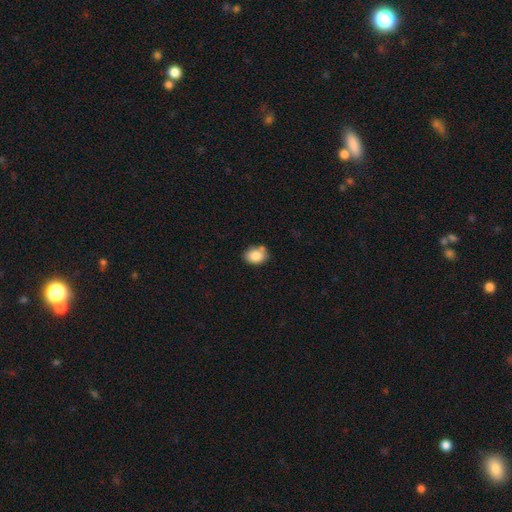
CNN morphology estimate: A smooth galaxy with no disk features (85%) that is in between round and cigar-shaped (63%). Merging: none (69%).